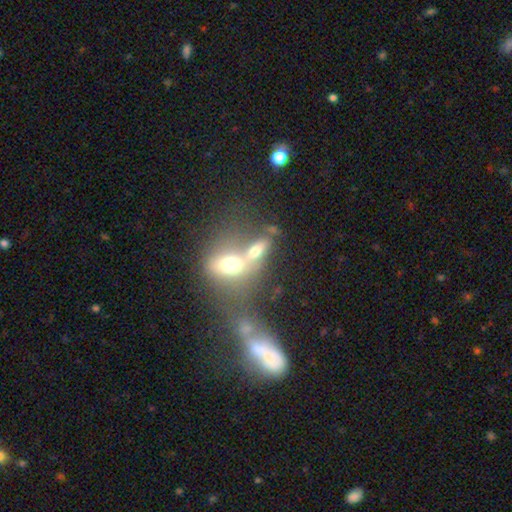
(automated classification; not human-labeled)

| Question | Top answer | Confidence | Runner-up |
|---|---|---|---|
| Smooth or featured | smooth | 56% | featured or disk (28%) |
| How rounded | in between | 61% | round (24%) |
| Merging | merger | 59% | none (23%) |